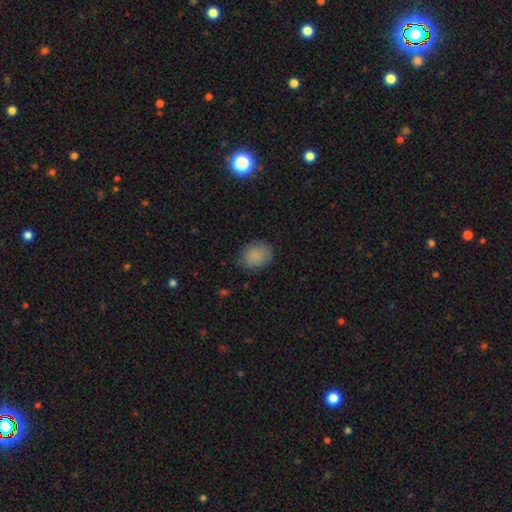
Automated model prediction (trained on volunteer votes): This is clearly a smooth galaxy (87%). How rounded: possibly round (60%). Merging: clearly none (80%).